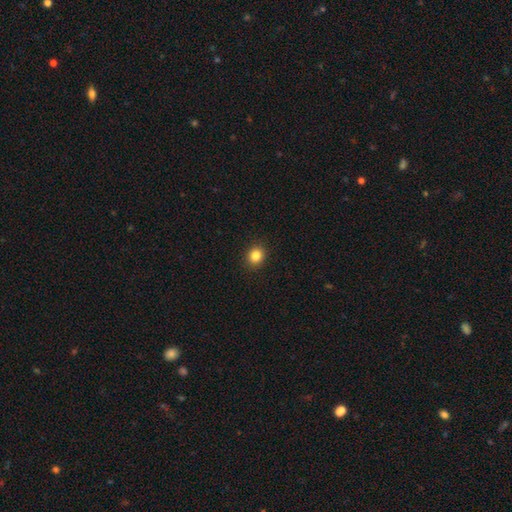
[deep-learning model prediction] Smooth or featured?
  - smooth: 84% *
  - star or artifact: 11%
  - featured or disk: 5%
How rounded?
  - round: 75% *
  - in between: 24%
  - cigar-shaped: 1%
Merging?
  - none: 91% *
  - minor disturbance: 6%
  - major disturbance: 2%
  - merger: 1%